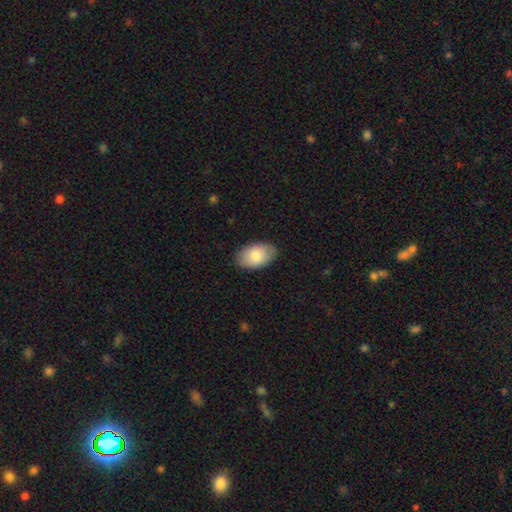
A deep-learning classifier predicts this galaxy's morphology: type=smooth (82%); roundness=in between (93%); merging=none (85%).